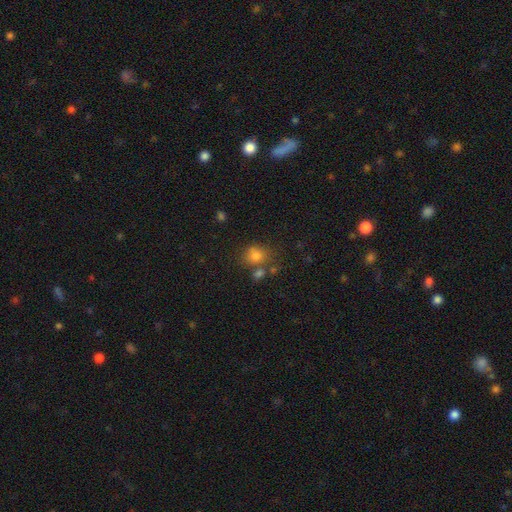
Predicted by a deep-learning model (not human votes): smooth_or_featured: smooth (p=0.77) [alt: star or artifact p=0.14]
how_rounded: round (p=0.67) [alt: in between p=0.32]
merging: none (p=0.60) [alt: merger p=0.20]